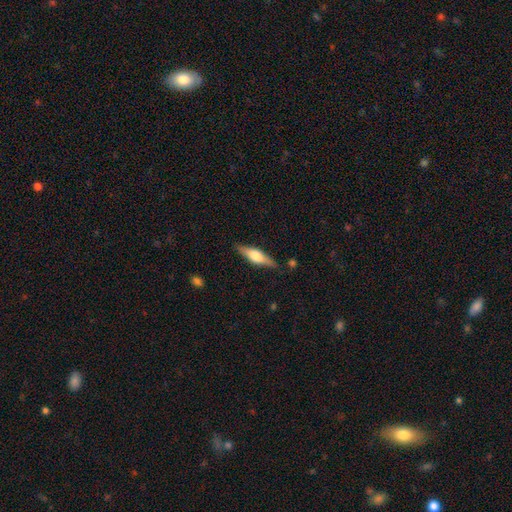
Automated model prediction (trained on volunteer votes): Smooth or featured?
  - featured or disk: 58% *
  - smooth: 37%
  - star or artifact: 6%
Edge-on disk?
  - yes: 95% *
  - no: 5%
Edge-on bulge?
  - rounded: 84% *
  - boxy: 13%
  - none: 3%
Merging?
  - none: 85% *
  - minor disturbance: 11%
  - major disturbance: 2%
  - merger: 2%